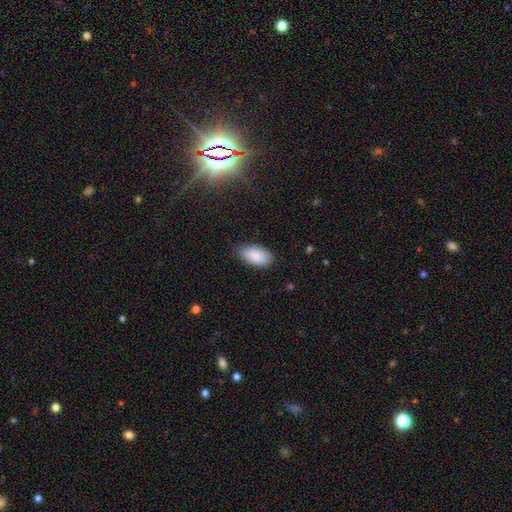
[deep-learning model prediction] Smooth or featured? Predicted: smooth (p=0.89). How rounded? Predicted: in between (p=0.94). Merging? Predicted: none (p=0.78).